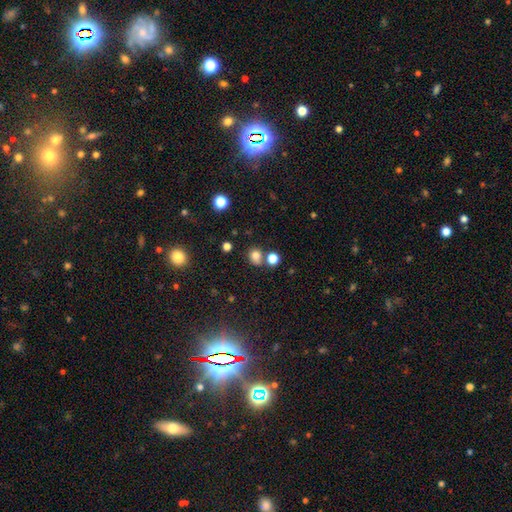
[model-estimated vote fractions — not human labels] smooth_or_featured: smooth (p=0.78) [alt: star or artifact p=0.15]
how_rounded: round (p=0.70) [alt: in between p=0.29]
merging: none (p=0.65) [alt: merger p=0.21]